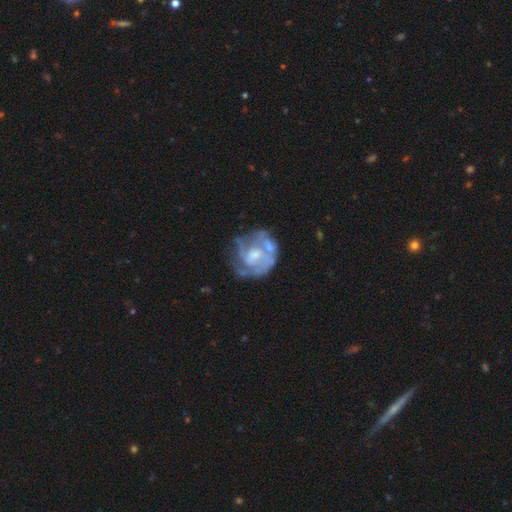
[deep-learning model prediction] A featured or disk galaxy (75%) with no bar (62%), spiral arms (66%) and a moderate central bulge (47%).

Vote fractions:
- Smooth or featured? featured or disk: 75% / smooth: 18% / star or artifact: 7%
- Edge-on disk? no: 98% / yes: 2%
- Bar? no: 62% / weak: 31% / strong: 6%
- Spiral arms? yes: 66% / no: 34%
- Bulge size? moderate: 47% / small: 29% / none: 15% / large: 7% / dominant: 1%
- Merging? none: 43% / major disturbance: 24% / minor disturbance: 22% / merger: 12%